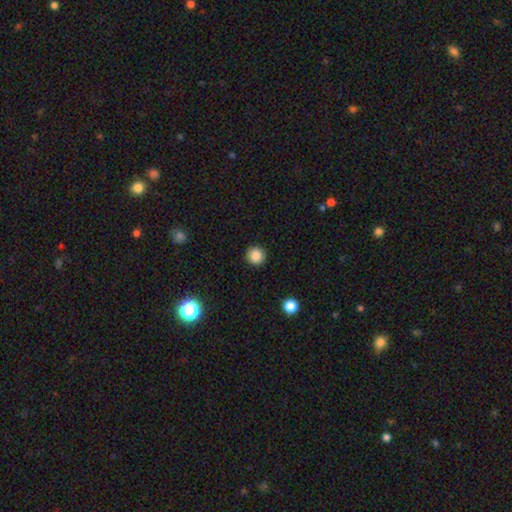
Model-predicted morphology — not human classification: Smooth or featured?
  - smooth: 86% *
  - star or artifact: 10%
  - featured or disk: 3%
How rounded?
  - round: 95% *
  - in between: 4%
  - cigar-shaped: 1%
Merging?
  - none: 92% *
  - minor disturbance: 5%
  - major disturbance: 2%
  - merger: 1%